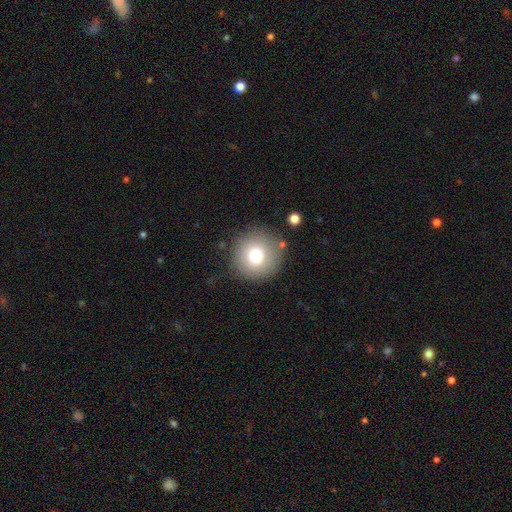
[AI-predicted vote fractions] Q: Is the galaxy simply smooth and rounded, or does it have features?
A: smooth — 75%.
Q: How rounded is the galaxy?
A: round — 95%.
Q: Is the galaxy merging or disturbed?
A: none — 84%.